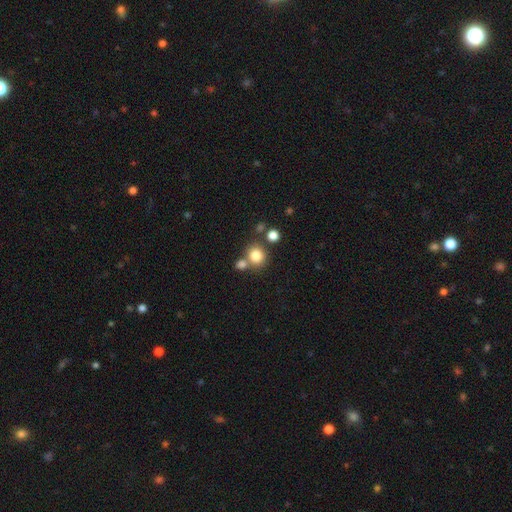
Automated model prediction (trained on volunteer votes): Morphology: type=smooth (81%); roundness=round (82%); merging=none (62%).